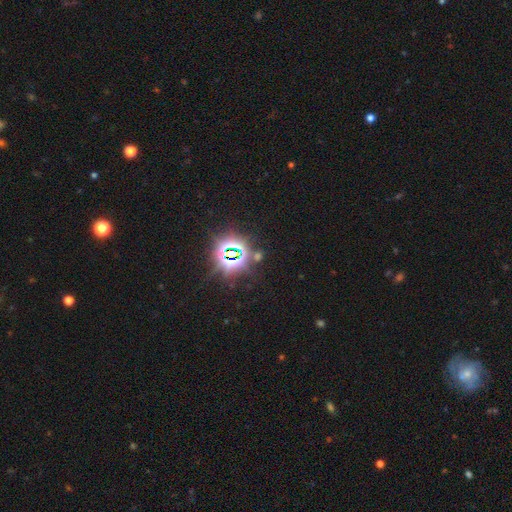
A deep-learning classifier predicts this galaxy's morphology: Smooth or featured? star or artifact (82%)